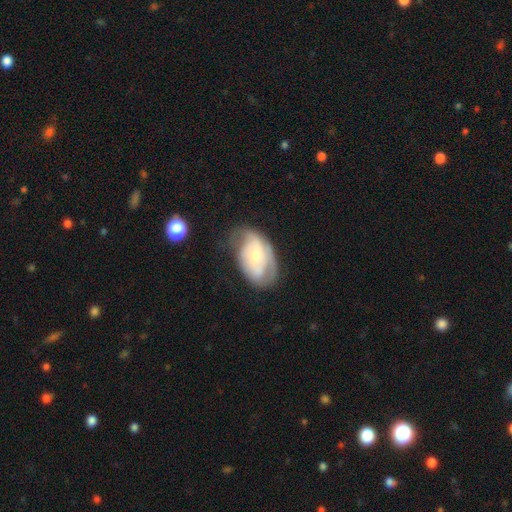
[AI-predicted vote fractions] The model was most divided on "merging": none: 45%, minor disturbance: 33%, major disturbance: 19%, merger: 3%. More confident: edge-on disk — no (95%); spiral arms — yes (75%); bar — no (70%); smooth or featured — featured or disk (58%); bulge size — small (54%).